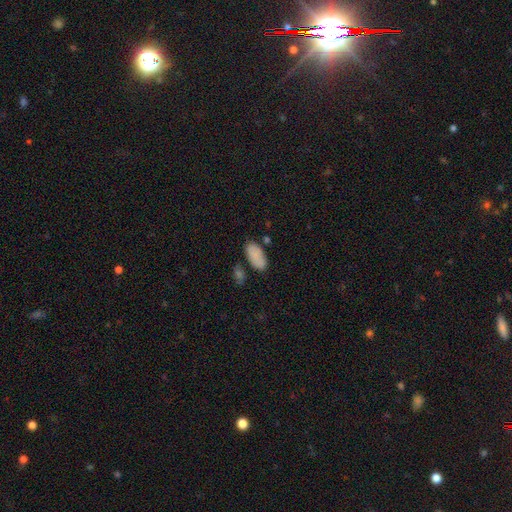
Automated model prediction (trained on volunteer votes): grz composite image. It shows a smooth galaxy with no disk features (85%) that is in between round and cigar-shaped (93%). Merging: none (68%).